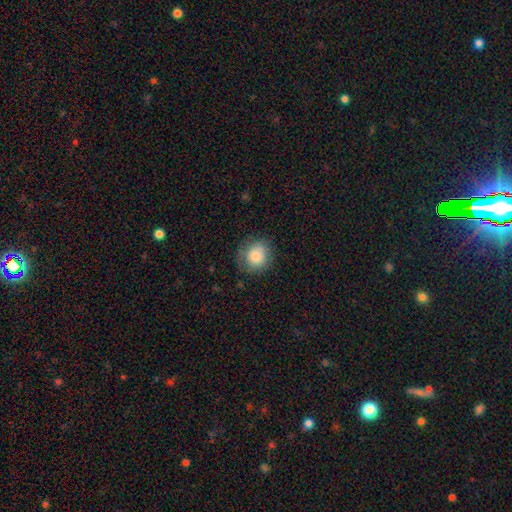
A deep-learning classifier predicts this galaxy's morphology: Smooth or featured?
  - smooth: 82% *
  - featured or disk: 10%
  - star or artifact: 8%
How rounded?
  - round: 80% *
  - in between: 19%
  - cigar-shaped: 1%
Merging?
  - none: 76% *
  - minor disturbance: 17%
  - major disturbance: 6%
  - merger: 1%